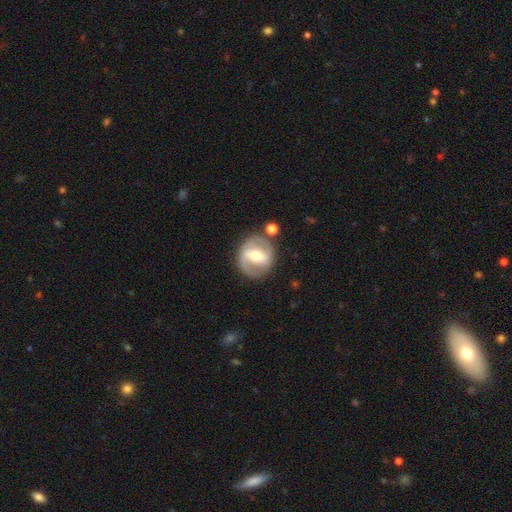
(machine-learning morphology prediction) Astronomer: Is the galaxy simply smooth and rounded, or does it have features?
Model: featured or disk — 73%.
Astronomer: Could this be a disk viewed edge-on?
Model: no — 95%.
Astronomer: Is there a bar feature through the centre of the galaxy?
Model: strong — 51% (runner-up: weak, 35%).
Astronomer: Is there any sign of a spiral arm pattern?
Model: yes — 69%.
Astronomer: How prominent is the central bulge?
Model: moderate — 69%.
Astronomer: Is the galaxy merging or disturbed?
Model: none — 79%.